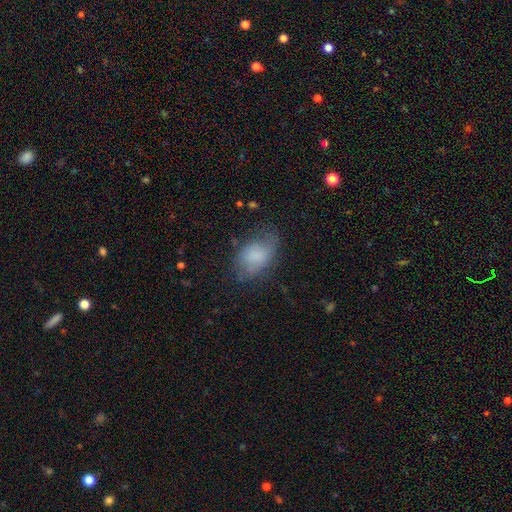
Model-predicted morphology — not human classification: This is likely a smooth galaxy (72%). How rounded: clearly in between (86%). Merging: possibly none (50%).